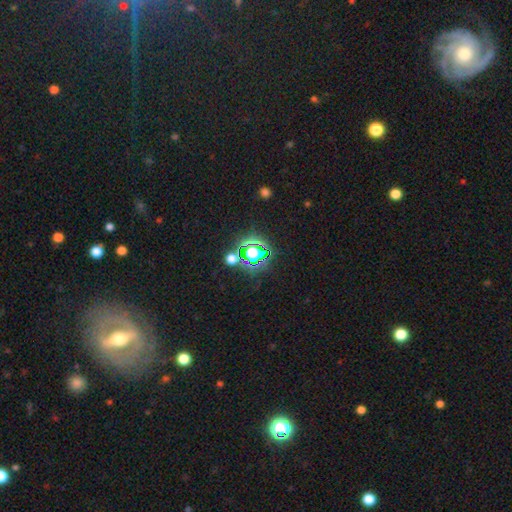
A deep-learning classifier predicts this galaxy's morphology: A star or artifact, not a galaxy (65%).

Vote fractions:
- Smooth or featured? star or artifact: 65% / smooth: 25% / featured or disk: 10%